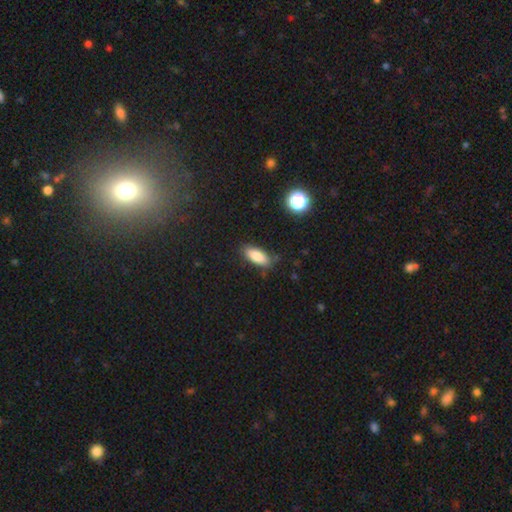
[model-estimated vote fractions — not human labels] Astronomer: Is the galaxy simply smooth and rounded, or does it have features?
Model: smooth — 84%.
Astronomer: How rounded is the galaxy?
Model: in between — 79%.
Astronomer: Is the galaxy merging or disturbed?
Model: none — 81%.